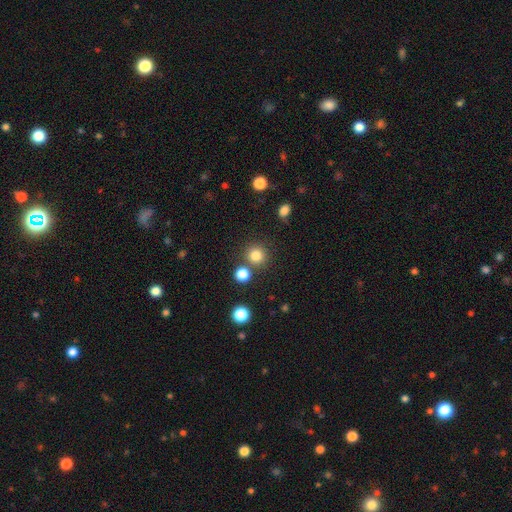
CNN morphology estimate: smooth-or-featured: smooth: 82% | star or artifact: 13% | featured or disk: 5%
  how-rounded: round: 92% | in between: 7% | cigar-shaped: 1%
  merging: none: 79% | merger: 10% | minor disturbance: 7% | major disturbance: 3%